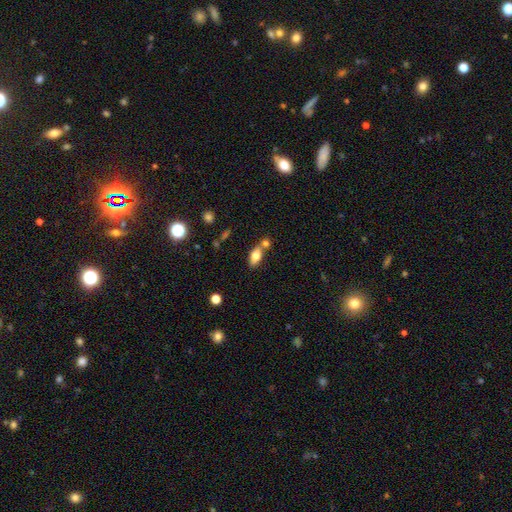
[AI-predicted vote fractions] smooth-or-featured: smooth: 75% | featured or disk: 16% | star or artifact: 8%
  how-rounded: in between: 84% | cigar-shaped: 10% | round: 6%
  merging: none: 56% | merger: 29% | minor disturbance: 12% | major disturbance: 4%